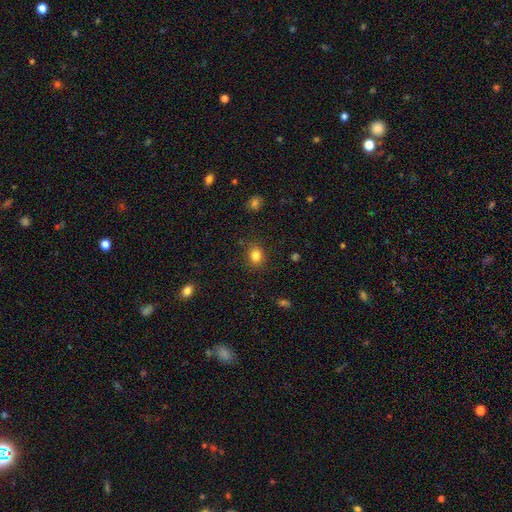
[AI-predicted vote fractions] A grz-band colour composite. It shows a smooth galaxy with no disk features (83%) that is round (60%). Merging: none (85%).